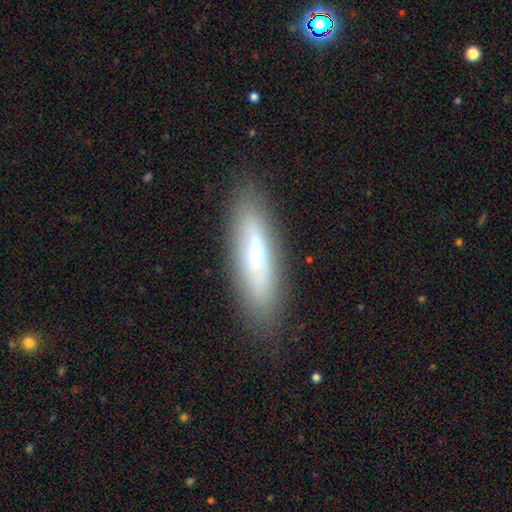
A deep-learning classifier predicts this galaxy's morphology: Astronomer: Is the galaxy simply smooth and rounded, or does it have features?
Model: featured or disk — 46%, tied with smooth at 46%.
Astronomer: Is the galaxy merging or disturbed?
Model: none — 83%.